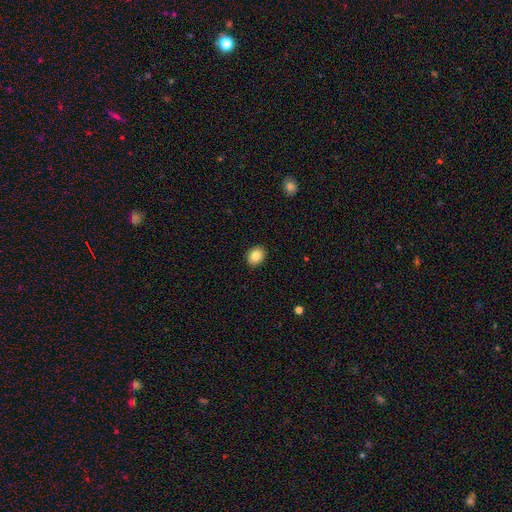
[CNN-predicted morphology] Smooth or featured? smooth (84%)
How rounded? in between (50%)
Merging? none (91%)